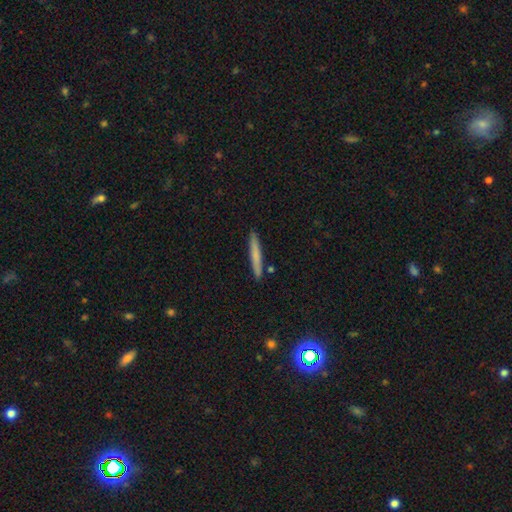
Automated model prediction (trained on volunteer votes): A smooth galaxy with no disk features (70%) that is cigar-shaped (96%).

Vote fractions:
- Smooth or featured? smooth: 70% / featured or disk: 23% / star or artifact: 6%
- How rounded? cigar-shaped: 96% / in between: 3% / round: 1%
- Merging? none: 90% / minor disturbance: 7% / merger: 2% / major disturbance: 1%